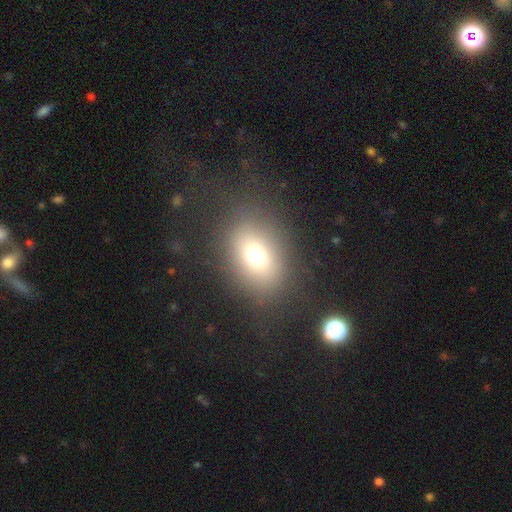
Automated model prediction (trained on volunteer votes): Overall: smooth (70%). How rounded: in between (59%; round 40%). Merging: none (77%).